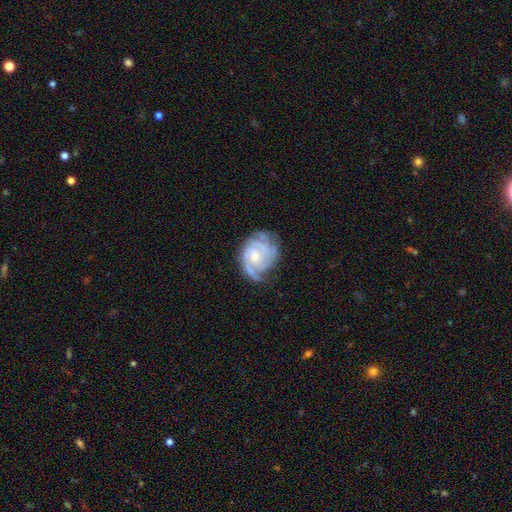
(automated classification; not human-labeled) A featured or disk galaxy (82%) with no bar (71%), tight (54%) spiral arms (93%) and a small central bulge (54%). Merging: none (57%).